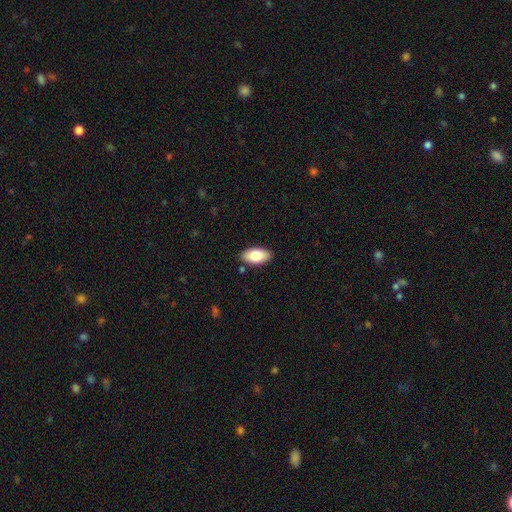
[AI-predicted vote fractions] This is clearly a smooth galaxy (81%). How rounded: clearly in between (94%). Merging: clearly none (87%).